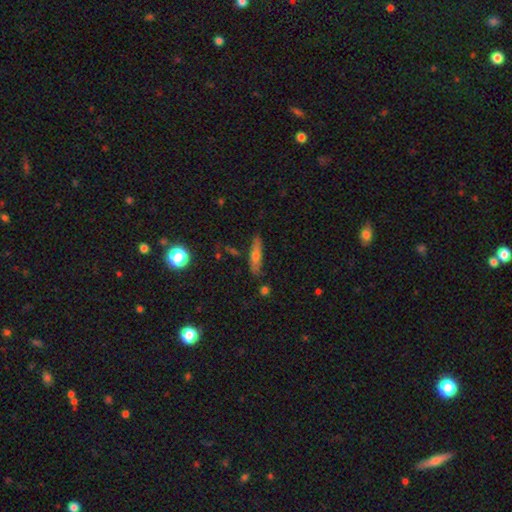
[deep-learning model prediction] Smooth or featured? Predicted: smooth (p=0.58). How rounded? Predicted: cigar-shaped (p=0.64). Merging? Predicted: none (p=0.76).